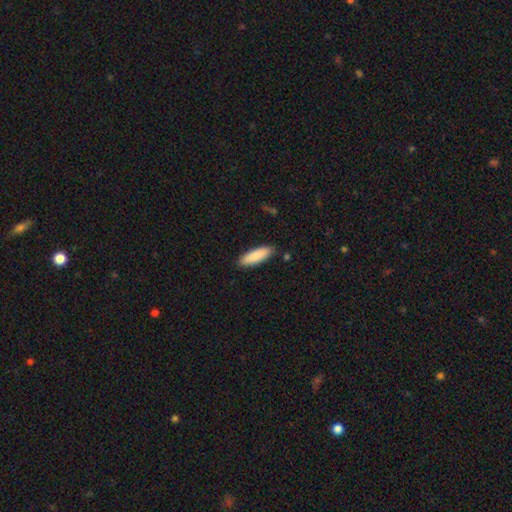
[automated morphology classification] Q: Smooth or featured?
A: smooth (89%); runner-up: featured or disk (6%)
Q: How rounded?
A: cigar-shaped (50%); runner-up: in between (48%)
Q: Merging?
A: none (88%); runner-up: minor disturbance (9%)